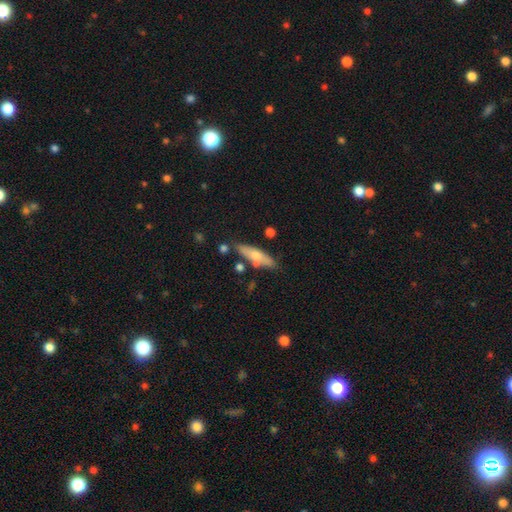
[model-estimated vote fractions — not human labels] A smooth galaxy with no disk features (56%) that is cigar-shaped (62%).

Vote fractions:
- Smooth or featured? smooth: 56% / featured or disk: 38% / star or artifact: 6%
- How rounded? cigar-shaped: 62% / in between: 35% / round: 3%
- Merging? none: 74% / minor disturbance: 15% / merger: 9% / major disturbance: 3%